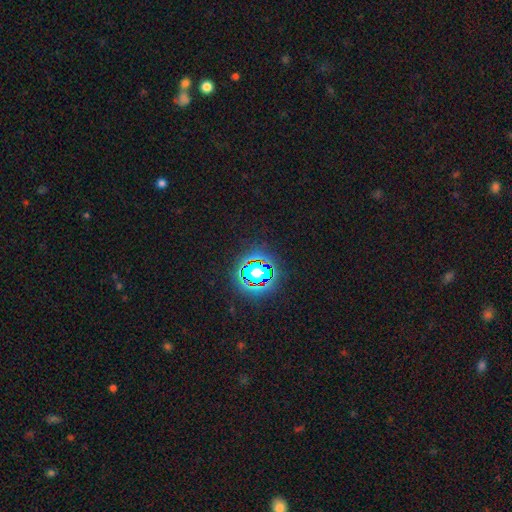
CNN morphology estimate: This appears to be a star or artifact, not a galaxy (80%).